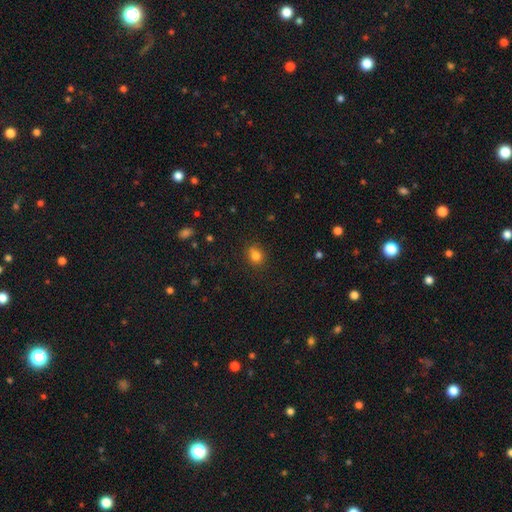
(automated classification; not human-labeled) This is clearly a smooth galaxy (81%). How rounded: possibly round (55%). Merging: clearly none (81%).